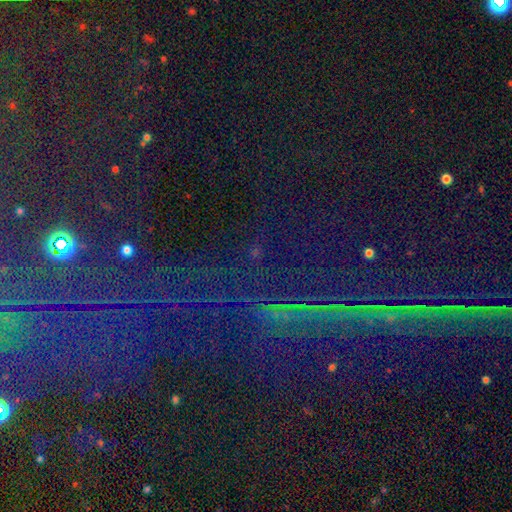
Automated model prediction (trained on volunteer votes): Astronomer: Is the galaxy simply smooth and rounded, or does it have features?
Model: star or artifact — 83%.